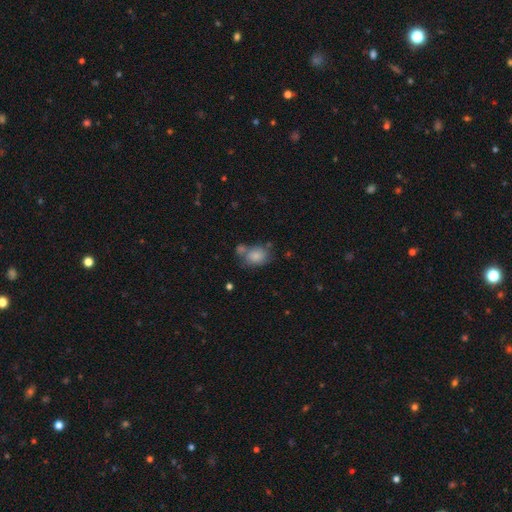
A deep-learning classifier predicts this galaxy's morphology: Q: Smooth or featured?
A: smooth (79%); runner-up: featured or disk (12%)
Q: How rounded?
A: in between (63%); runner-up: round (36%)
Q: Merging?
A: none (45%); runner-up: merger (27%)